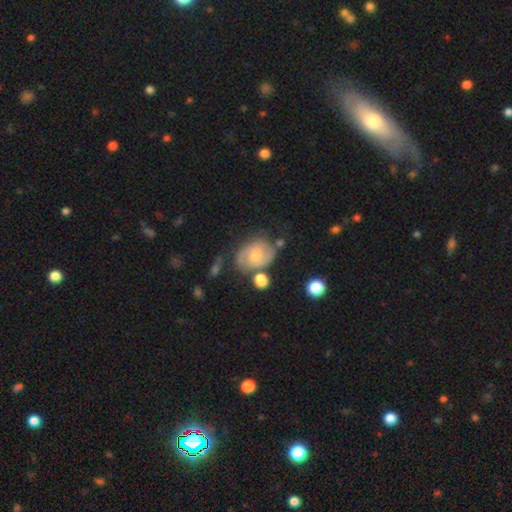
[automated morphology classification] The model was most divided on "spiral winding": medium: 44%, tight: 43%, loose: 13%. Remaining: edge-on disk — no (97%); spiral arms — yes (92%); spiral arm count — 2 (80%); smooth or featured — featured or disk (77%); bar — no (62%); merging — none (61%); bulge size — small (48%).